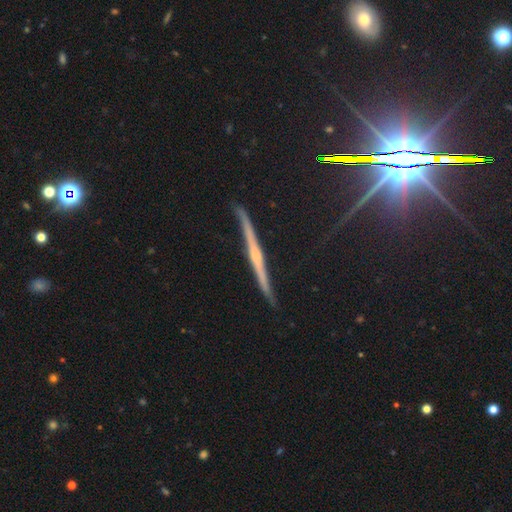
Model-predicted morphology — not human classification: A featured or disk galaxy (72%) viewed edge-on (97%) with no central bulge (47%). Merging: none (86%).